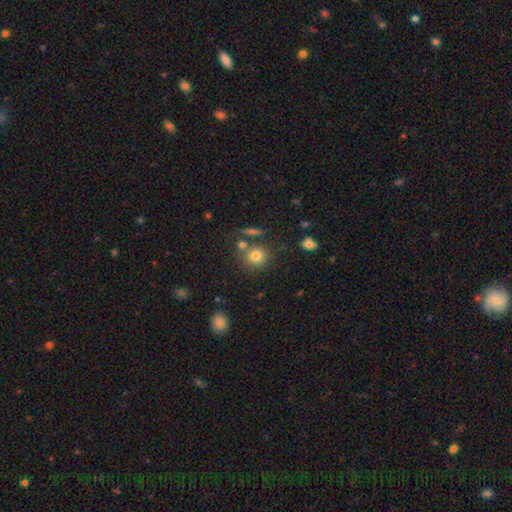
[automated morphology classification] A smooth galaxy with no disk features (76%) that is round (88%). Merging: none (73%).